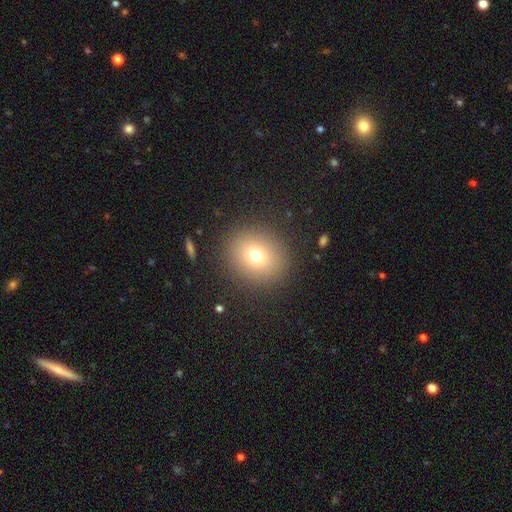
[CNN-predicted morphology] Overall: smooth (72%). How rounded: round (83%). Merging: none (88%).